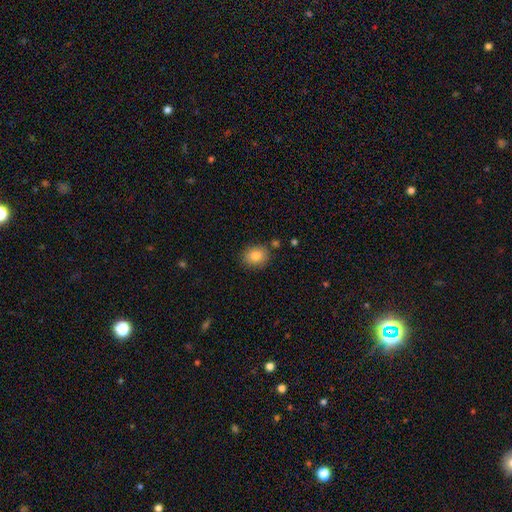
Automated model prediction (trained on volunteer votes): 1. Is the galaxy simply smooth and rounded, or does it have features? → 84% smooth, 9% star or artifact, 7% featured or disk.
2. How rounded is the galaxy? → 61% round, 38% in between, 1% cigar-shaped.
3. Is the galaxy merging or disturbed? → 82% none, 11% minor disturbance, 4% merger, 3% major disturbance.